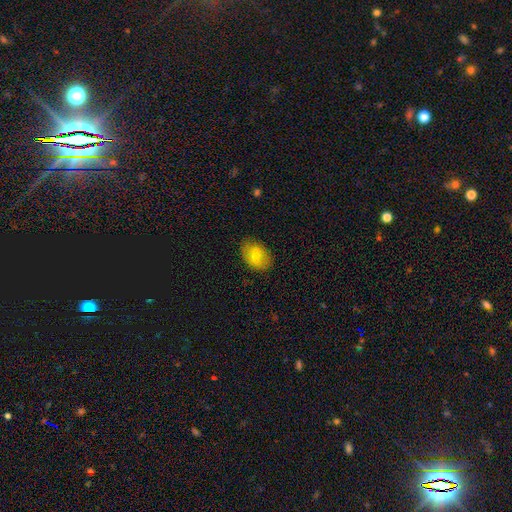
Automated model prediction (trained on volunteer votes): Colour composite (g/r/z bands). It shows a smooth galaxy with no disk features (69%) that is in between round and cigar-shaped (81%). Merging: none (82%).